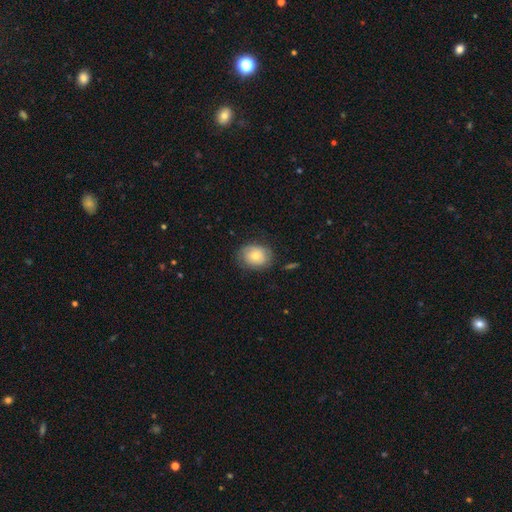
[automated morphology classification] This appears to be a smooth galaxy with no disk features (69%) that is in between round and cigar-shaped (53%). Merging: none (74%).